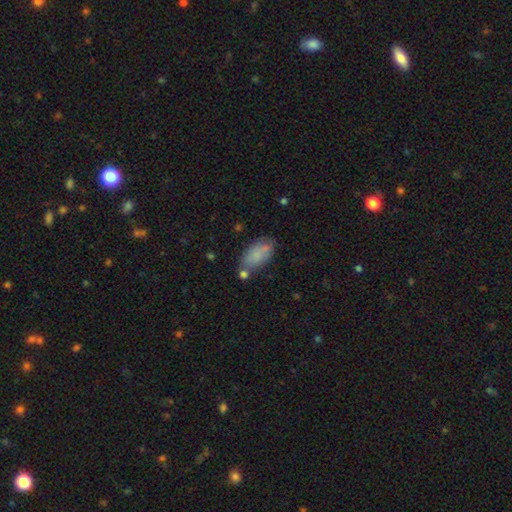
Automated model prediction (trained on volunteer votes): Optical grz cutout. It shows a smooth galaxy with no disk features (80%) that is in between round and cigar-shaped (93%). Merging: none (60%).